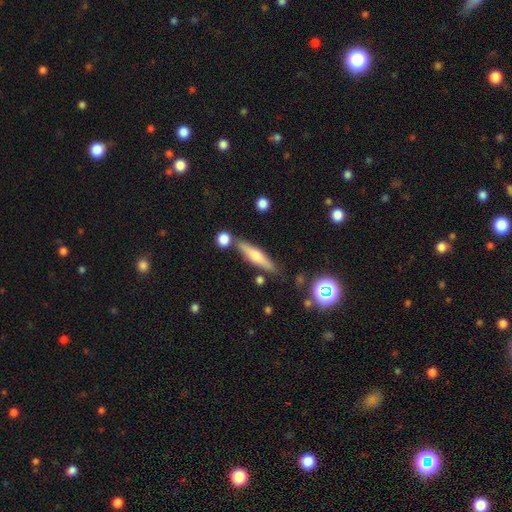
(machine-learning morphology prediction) Q: Smooth or featured?
A: featured or disk (48%); runner-up: smooth (44%)
Q: Merging?
A: none (77%); runner-up: minor disturbance (12%)